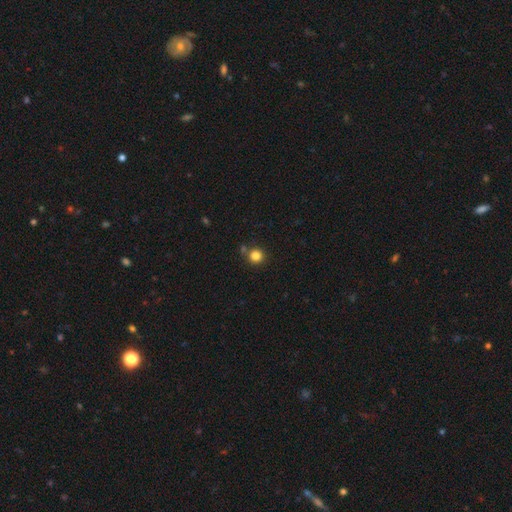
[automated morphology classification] smooth_or_featured: smooth (p=0.82) [alt: star or artifact p=0.13]
how_rounded: round (p=0.92) [alt: in between p=0.07]
merging: none (p=0.79) [alt: merger p=0.10]